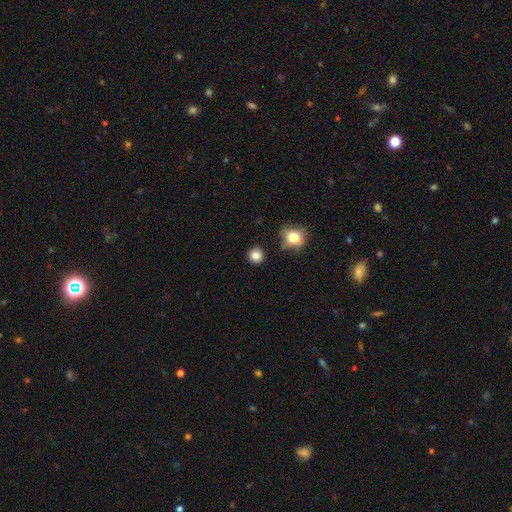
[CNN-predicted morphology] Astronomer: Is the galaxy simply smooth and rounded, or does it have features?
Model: smooth — 84%.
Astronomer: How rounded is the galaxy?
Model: round — 93%.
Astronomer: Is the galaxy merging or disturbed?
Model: none — 87%.